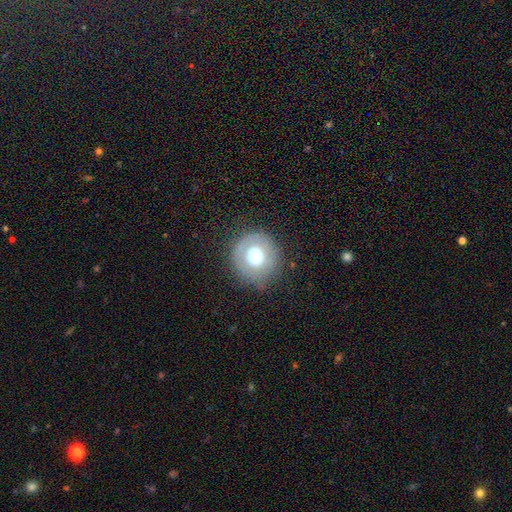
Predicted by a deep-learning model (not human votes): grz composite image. It shows a smooth galaxy with no disk features (61%) that is round (91%). Merging: none (72%).